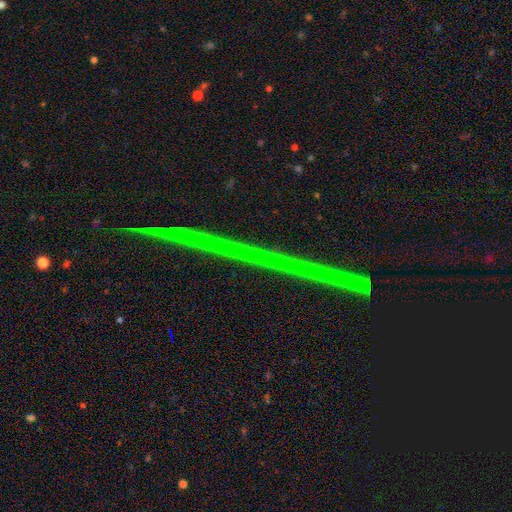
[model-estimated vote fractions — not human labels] This appears to be a star or artifact, not a galaxy (76%).